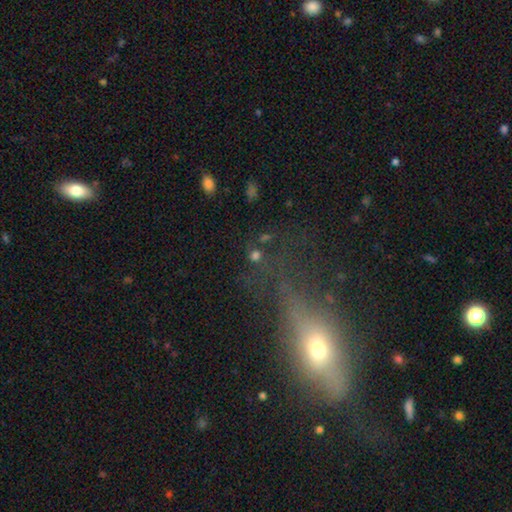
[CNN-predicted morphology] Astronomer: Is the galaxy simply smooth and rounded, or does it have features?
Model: smooth — 52% (runner-up: star or artifact, 33%).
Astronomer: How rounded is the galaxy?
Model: round — 80%.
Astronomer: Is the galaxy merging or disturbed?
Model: none — 64%.